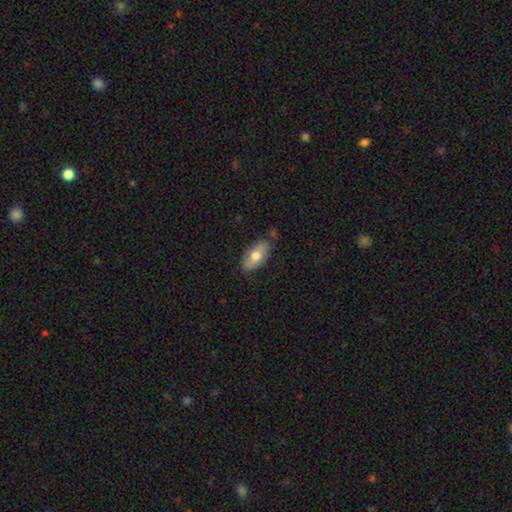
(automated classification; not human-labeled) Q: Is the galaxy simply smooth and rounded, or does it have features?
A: smooth — 68%.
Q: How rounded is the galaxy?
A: in between — 90%.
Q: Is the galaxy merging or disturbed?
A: none — 78%.